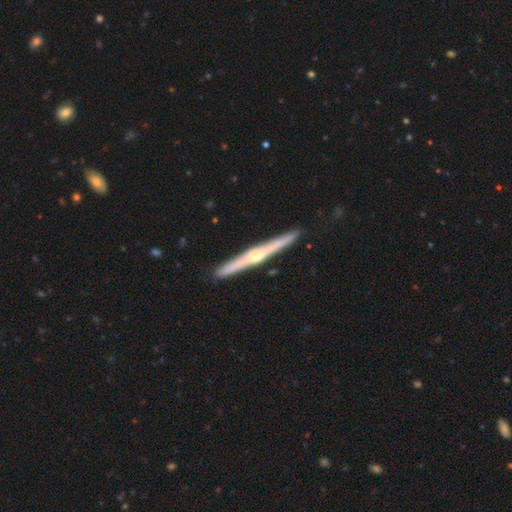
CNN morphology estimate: type=featured or disk (76%); edge-on=yes (98%); edge-on bulge=rounded (83%); merging=none (91%).